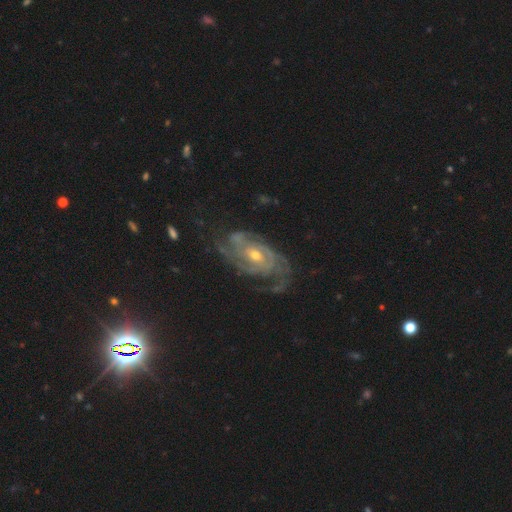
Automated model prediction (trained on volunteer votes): This appears to be a featured or disk galaxy (88%) with no bar (62%), 2 (26%) tight (59%) spiral arms (97%) and a moderate central bulge (55%). Merging: none (68%).